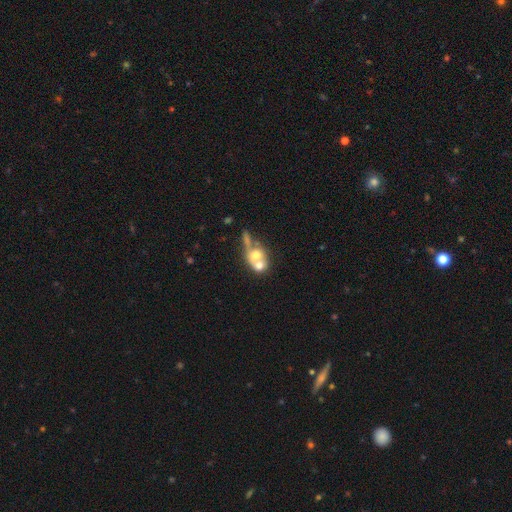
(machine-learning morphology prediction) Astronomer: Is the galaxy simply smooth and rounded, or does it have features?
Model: smooth — 56% (runner-up: featured or disk, 34%).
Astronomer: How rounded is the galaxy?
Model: round — 57% (runner-up: in between, 40%).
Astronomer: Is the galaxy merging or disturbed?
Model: merger — 66%.